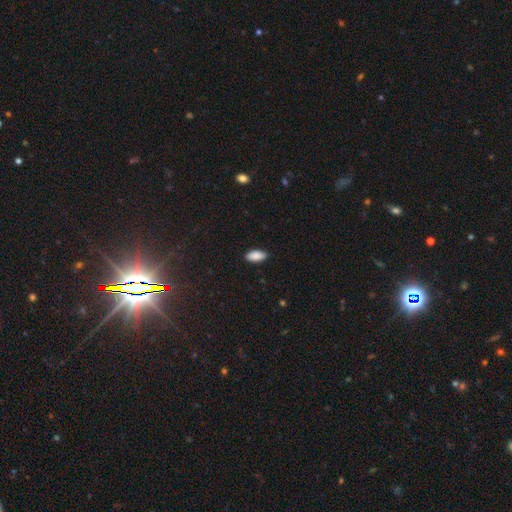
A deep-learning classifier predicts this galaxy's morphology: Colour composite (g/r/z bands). It shows a smooth galaxy with no disk features (89%) that is in between round and cigar-shaped (91%). Merging: none (88%).